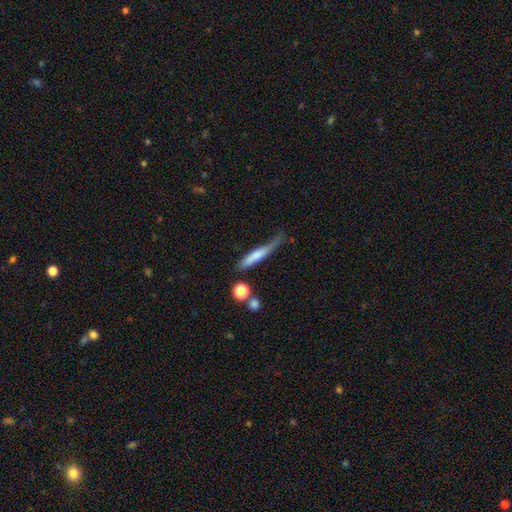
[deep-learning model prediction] Overall: smooth (62%; featured or disk 31%). How rounded: cigar-shaped (90%). Merging: none (51%; minor disturbance 31%).